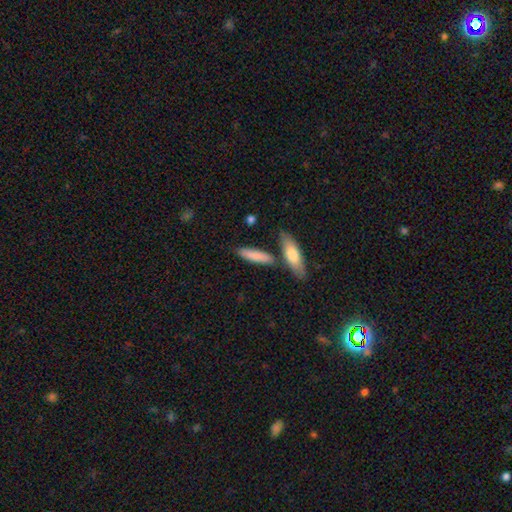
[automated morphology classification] smooth_or_featured: smooth (p=0.81) [alt: featured or disk p=0.14]
how_rounded: cigar-shaped (p=0.69) [alt: in between p=0.29]
merging: none (p=0.72) [alt: merger p=0.13]